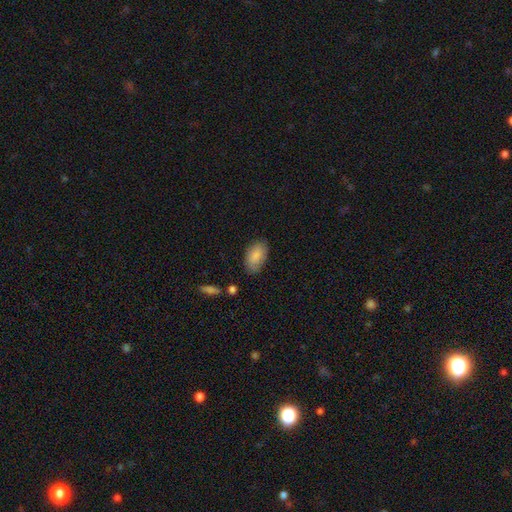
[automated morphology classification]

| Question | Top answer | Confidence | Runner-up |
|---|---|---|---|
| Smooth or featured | smooth | 85% | featured or disk (9%) |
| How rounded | in between | 94% | round (4%) |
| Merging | none | 78% | minor disturbance (16%) |